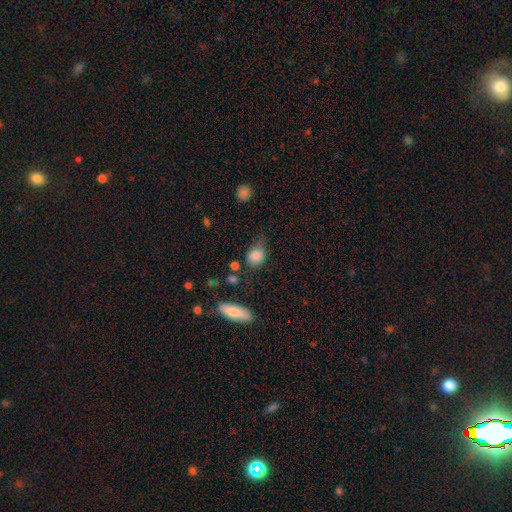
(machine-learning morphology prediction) Q: Smooth or featured?
A: smooth (83%); runner-up: star or artifact (10%)
Q: How rounded?
A: round (50%); runner-up: in between (48%)
Q: Merging?
A: none (44%); runner-up: minor disturbance (35%)